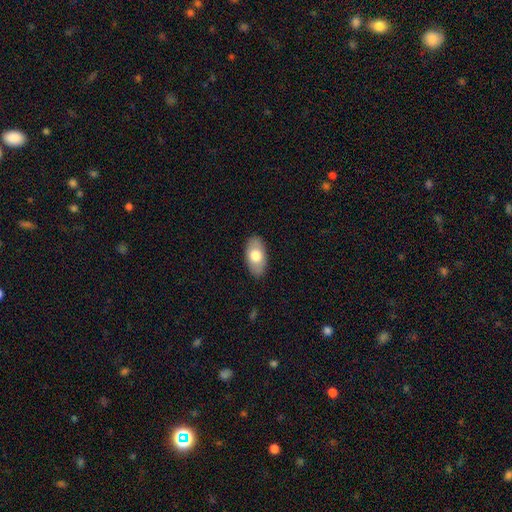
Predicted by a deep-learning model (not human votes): Smooth or featured? smooth (71%)
How rounded? in between (94%)
Merging? none (87%)